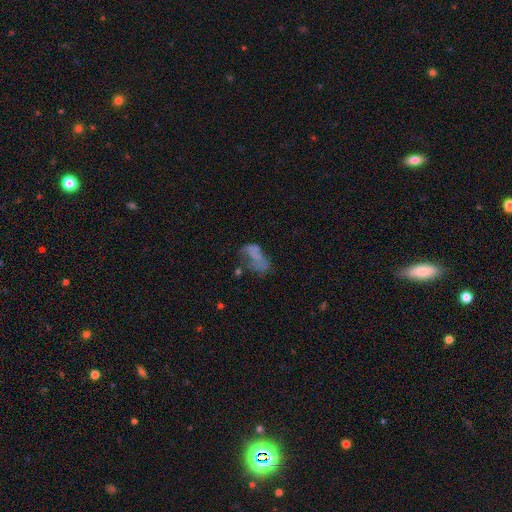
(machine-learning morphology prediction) Q: Smooth or featured?
A: smooth (47%); runner-up: featured or disk (36%)
Q: Merging?
A: major disturbance (35%); runner-up: none (29%)